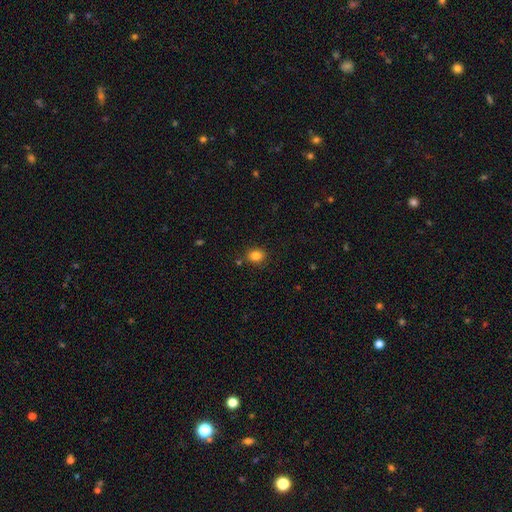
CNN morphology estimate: smooth_or_featured: smooth (p=0.84) [alt: star or artifact p=0.11]
how_rounded: round (p=0.56) [alt: in between p=0.43]
merging: none (p=0.84) [alt: minor disturbance p=0.10]